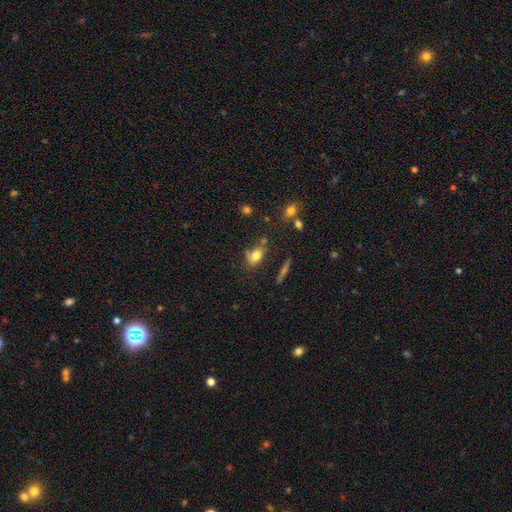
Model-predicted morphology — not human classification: type=smooth (73%); roundness=in between (77%); merging=none (54%).